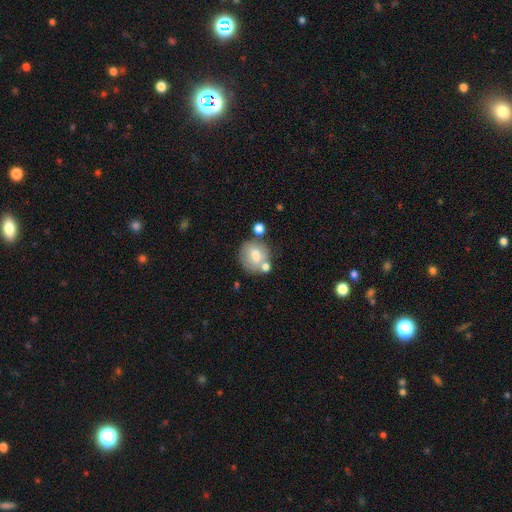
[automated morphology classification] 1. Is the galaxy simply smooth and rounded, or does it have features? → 66% smooth, 25% featured or disk, 8% star or artifact.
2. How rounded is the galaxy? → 81% round, 18% in between, 1% cigar-shaped.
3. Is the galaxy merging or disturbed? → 58% none, 20% merger, 16% minor disturbance, 6% major disturbance.